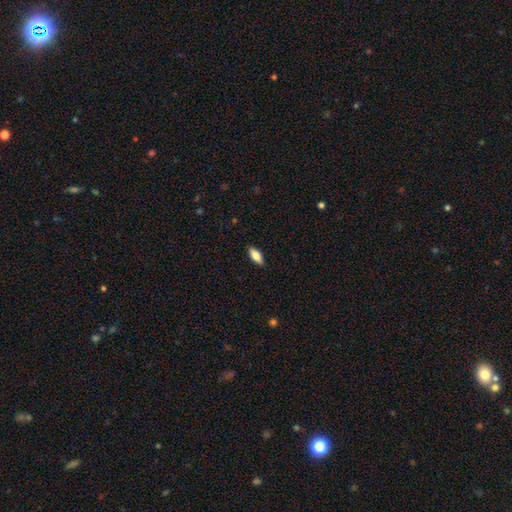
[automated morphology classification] Smooth or featured: smooth — 79% (featured or disk — 14%)
How rounded: in between — 82% (cigar-shaped — 16%)
Merging: none — 88% (minor disturbance — 10%)